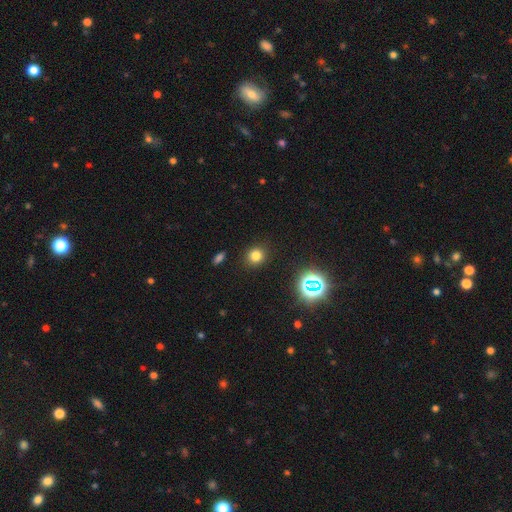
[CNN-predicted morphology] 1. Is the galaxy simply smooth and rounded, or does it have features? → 76% smooth, 18% star or artifact, 6% featured or disk.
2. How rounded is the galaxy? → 85% round, 14% in between, 1% cigar-shaped.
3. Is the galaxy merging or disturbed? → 90% none, 7% minor disturbance, 3% major disturbance, 1% merger.